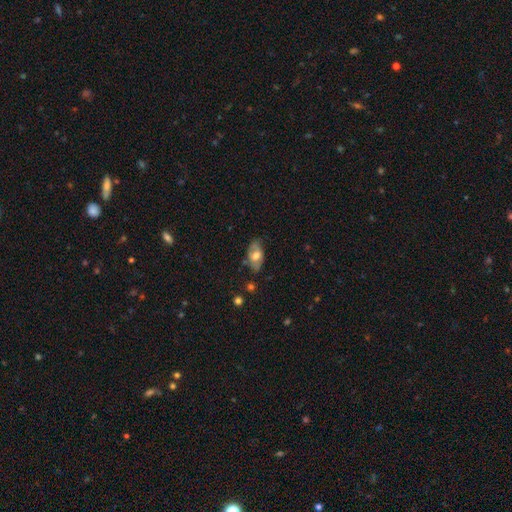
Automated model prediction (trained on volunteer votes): smooth-or-featured: smooth: 55% | featured or disk: 38% | star or artifact: 7%
  how-rounded: in between: 91% | round: 6% | cigar-shaped: 4%
  merging: none: 68% | minor disturbance: 24% | major disturbance: 5% | merger: 3%